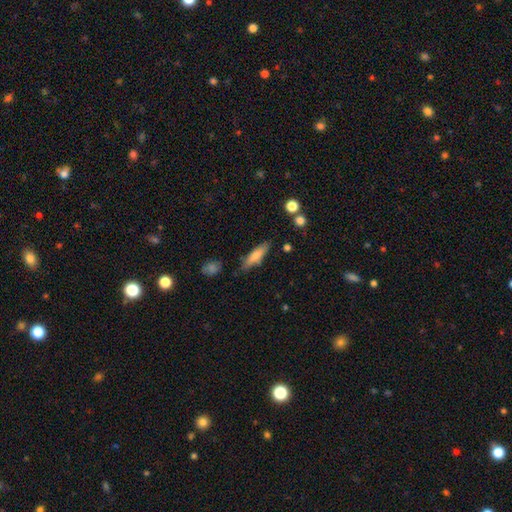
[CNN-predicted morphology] A smooth galaxy with no disk features (73%) that is cigar-shaped (64%).

Vote fractions:
- Smooth or featured? smooth: 73% / featured or disk: 20% / star or artifact: 7%
- How rounded? cigar-shaped: 64% / in between: 34% / round: 2%
- Merging? none: 79% / minor disturbance: 15% / merger: 3% / major disturbance: 3%